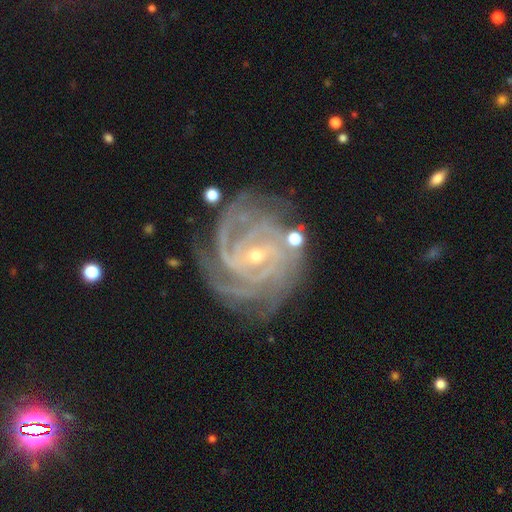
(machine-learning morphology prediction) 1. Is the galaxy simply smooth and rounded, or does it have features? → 92% featured or disk, 5% star or artifact, 3% smooth.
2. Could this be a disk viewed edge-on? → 98% no, 2% yes.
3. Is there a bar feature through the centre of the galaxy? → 43% weak, 37% no, 20% strong.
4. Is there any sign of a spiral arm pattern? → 99% yes, 1% no.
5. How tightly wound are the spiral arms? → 77% tight, 21% medium, 2% loose.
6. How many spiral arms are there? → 38% 4, 23% 3, 12% can't tell, 11% more than 4, 9% 2, 6% 1.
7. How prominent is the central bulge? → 72% small, 25% moderate, 1% none, 1% large, 1% dominant.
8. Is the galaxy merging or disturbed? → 75% none, 17% minor disturbance, 6% major disturbance, 3% merger.